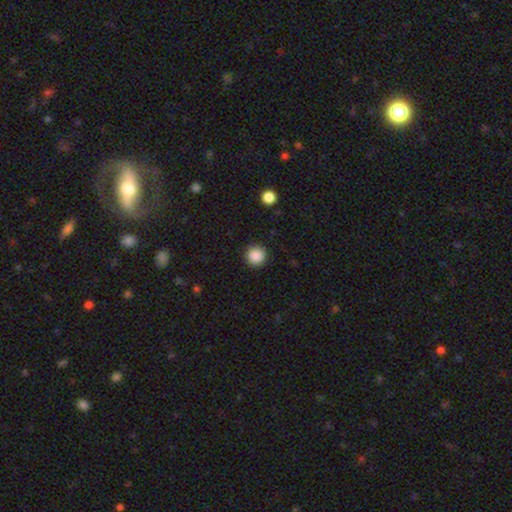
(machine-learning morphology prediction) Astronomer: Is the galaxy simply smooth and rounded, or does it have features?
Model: smooth — 88%.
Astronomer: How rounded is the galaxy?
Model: round — 95%.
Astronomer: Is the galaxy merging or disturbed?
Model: none — 92%.